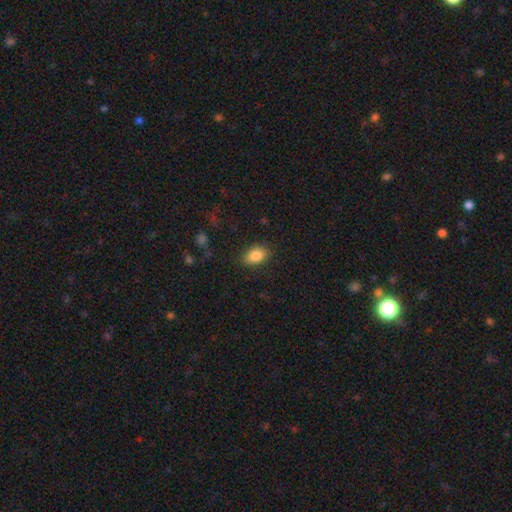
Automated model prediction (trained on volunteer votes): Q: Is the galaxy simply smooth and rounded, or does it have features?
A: smooth — 85%.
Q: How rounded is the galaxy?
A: in between — 86%.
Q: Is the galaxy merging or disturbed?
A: none — 85%.